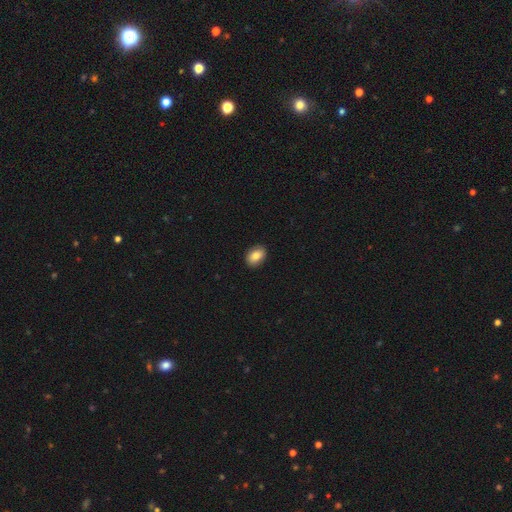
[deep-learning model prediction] Overall: smooth (85%). How rounded: in between (80%). Merging: none (90%).